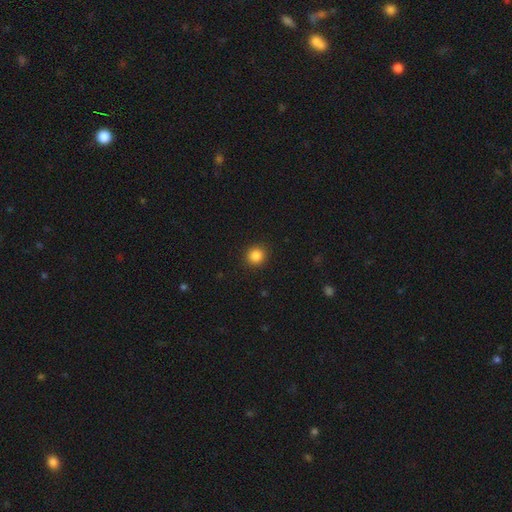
Morphology: type=smooth (92%); roundness=round (89%); merging=none (86%).